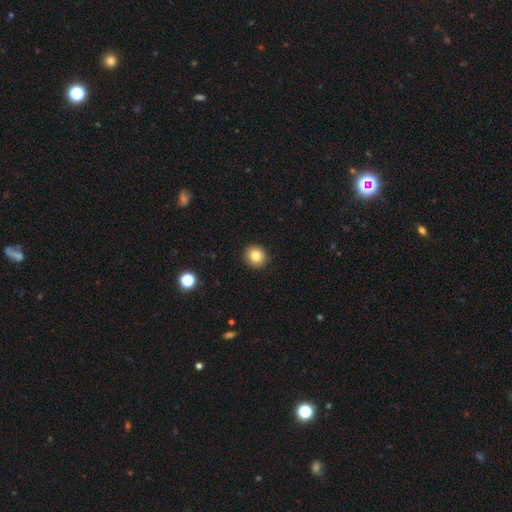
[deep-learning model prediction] Smooth or featured: smooth — 83% (star or artifact — 10%)
How rounded: round — 88% (in between — 11%)
Merging: none — 91% (minor disturbance — 6%)